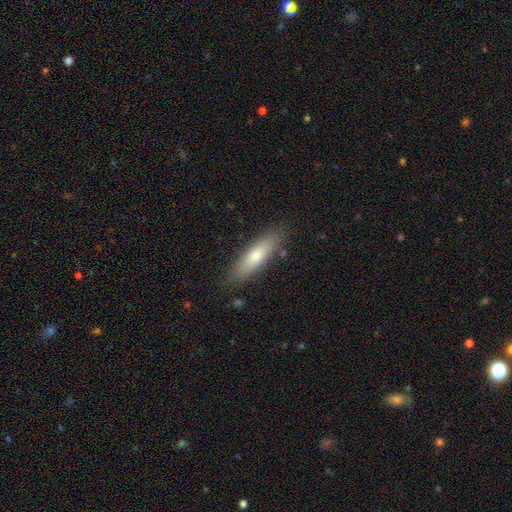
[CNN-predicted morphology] Smooth or featured: smooth — 70% (featured or disk — 24%)
How rounded: cigar-shaped — 66% (in between — 32%)
Merging: none — 85% (minor disturbance — 11%)